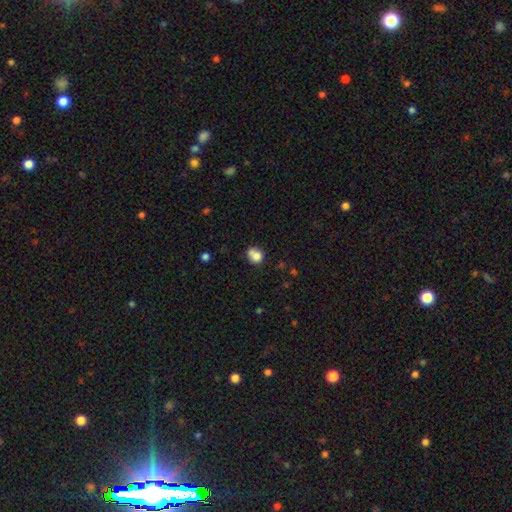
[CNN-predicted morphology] Smooth or featured? smooth (78%)
How rounded? round (70%)
Merging? none (45%)